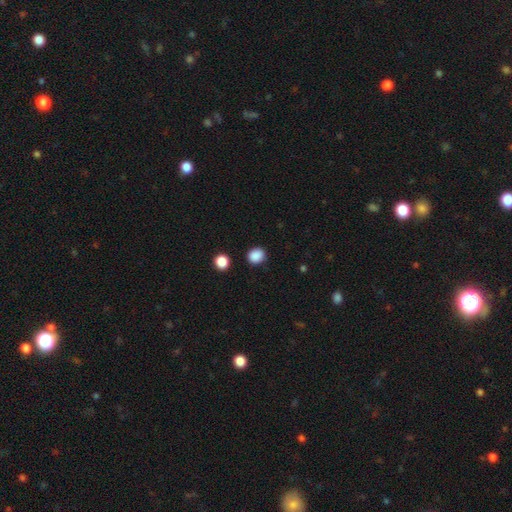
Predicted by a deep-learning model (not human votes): smooth_or_featured: smooth (p=0.88) [alt: star or artifact p=0.10]
how_rounded: round (p=0.72) [alt: in between p=0.27]
merging: none (p=0.88) [alt: minor disturbance p=0.08]